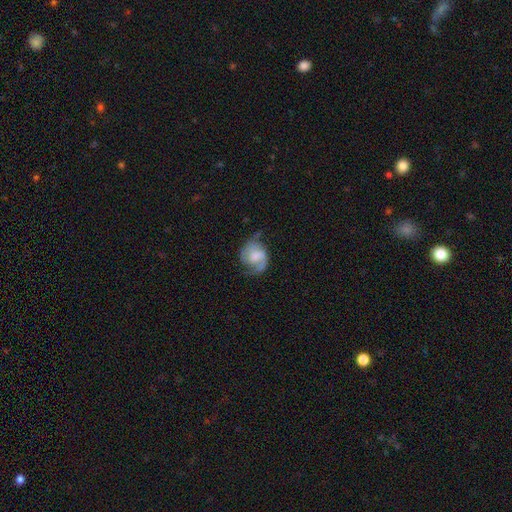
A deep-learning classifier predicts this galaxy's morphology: This appears to be a featured or disk galaxy (69%) with no bar (47%), 2 (73%) medium (47%) spiral arms (92%) and a moderate central bulge (37%). Merging: none (55%).